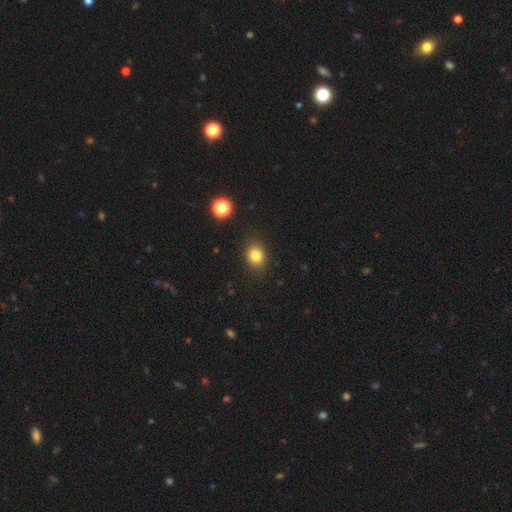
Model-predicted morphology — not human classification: Smooth or featured?
  - smooth: 82% *
  - star or artifact: 11%
  - featured or disk: 6%
How rounded?
  - round: 60% *
  - in between: 39%
  - cigar-shaped: 1%
Merging?
  - none: 86% *
  - minor disturbance: 10%
  - major disturbance: 3%
  - merger: 2%